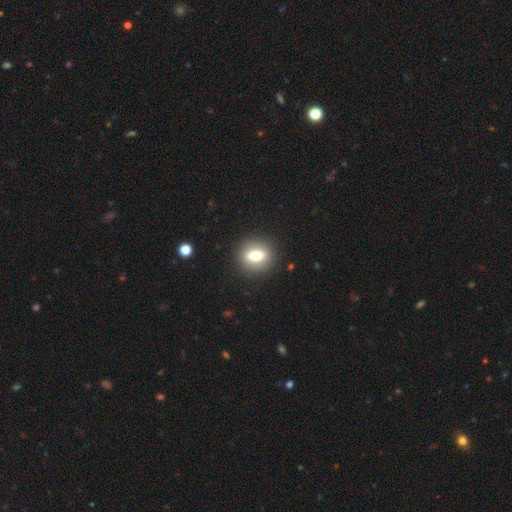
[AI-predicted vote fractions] Q: Smooth or featured?
A: smooth (69%); runner-up: featured or disk (21%)
Q: How rounded?
A: round (62%); runner-up: in between (35%)
Q: Merging?
A: none (90%); runner-up: minor disturbance (7%)